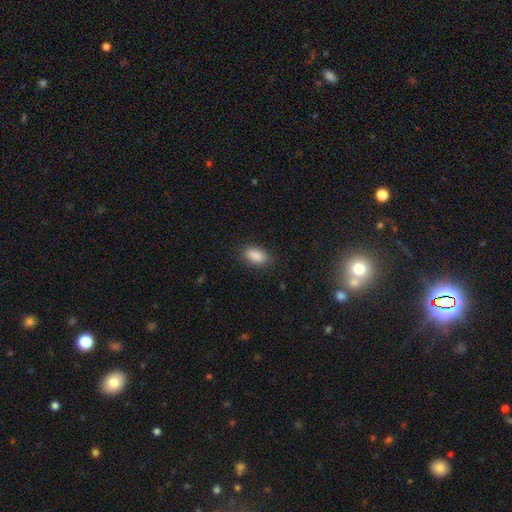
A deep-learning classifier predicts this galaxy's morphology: The model was most divided on "merging": none: 85%, minor disturbance: 11%, major disturbance: 3%, merger: 1%. More confident: how rounded — in between (92%); smooth or featured — smooth (88%).